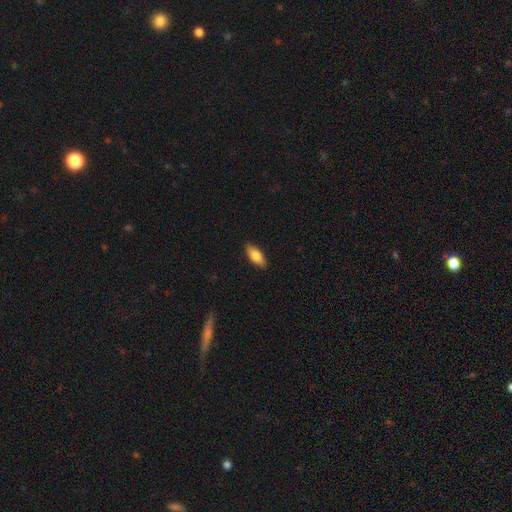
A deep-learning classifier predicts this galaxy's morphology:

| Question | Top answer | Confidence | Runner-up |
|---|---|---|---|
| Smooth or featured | smooth | 79% | featured or disk (15%) |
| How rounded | in between | 81% | cigar-shaped (17%) |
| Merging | none | 89% | minor disturbance (8%) |